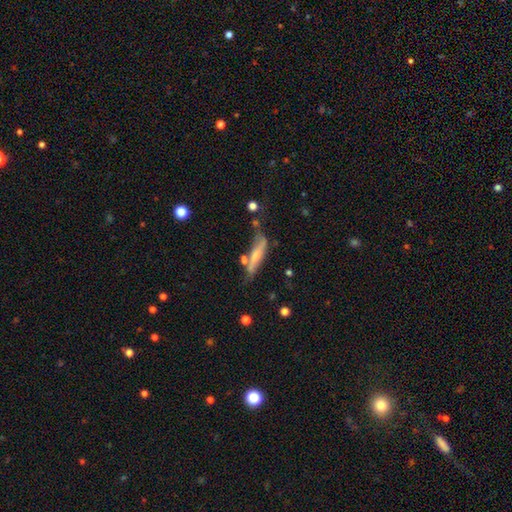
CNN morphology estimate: This appears to be a smooth galaxy with no disk features (47%). Merging: none (45%).